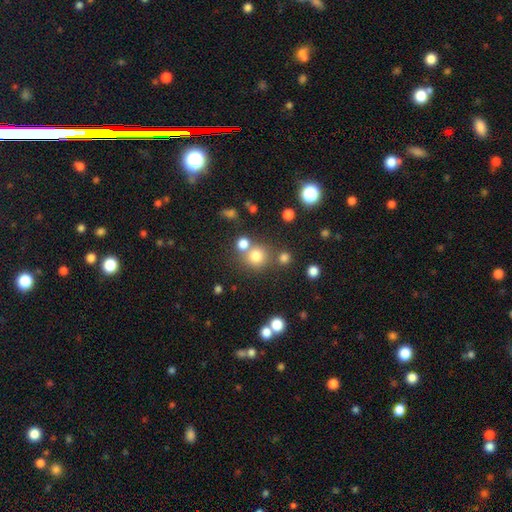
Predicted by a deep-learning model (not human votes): The model was most divided on "merging": none: 66%, merger: 22%, minor disturbance: 9%, major disturbance: 4%. More confident: how rounded — round (89%); smooth or featured — smooth (76%).